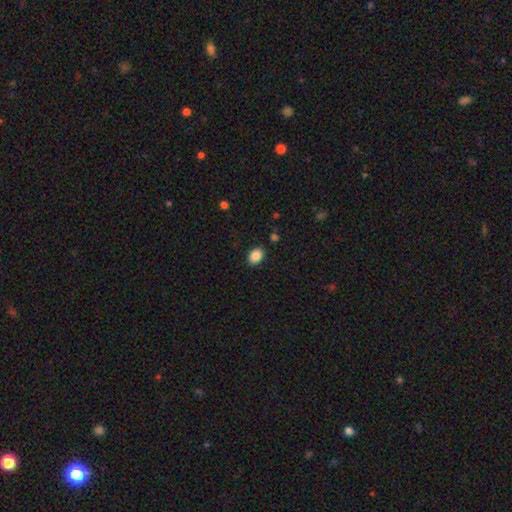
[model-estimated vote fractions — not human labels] Morphology: type=smooth (88%); roundness=in between (80%); merging=none (88%).